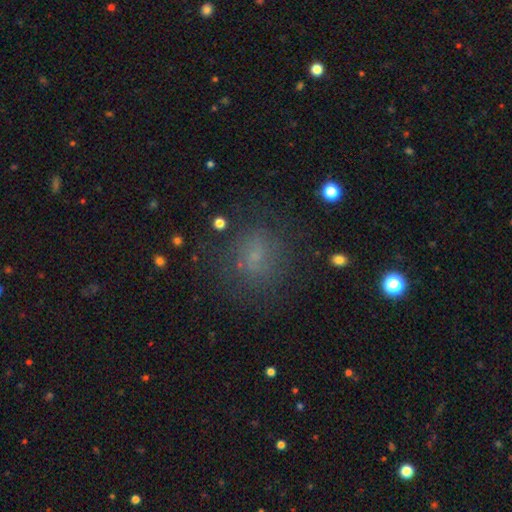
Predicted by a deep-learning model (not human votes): smooth 58%, star or artifact 23%, featured or disk 19%. Down the decision tree: how rounded — round (73%); merging — none (74%).